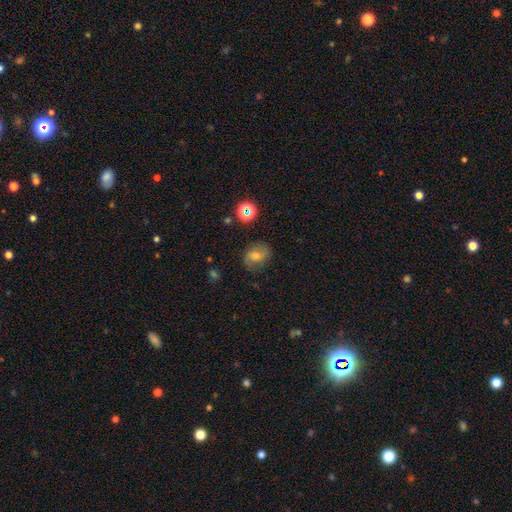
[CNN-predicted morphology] This is possibly a smooth galaxy (49%). Merging: likely none (77%).